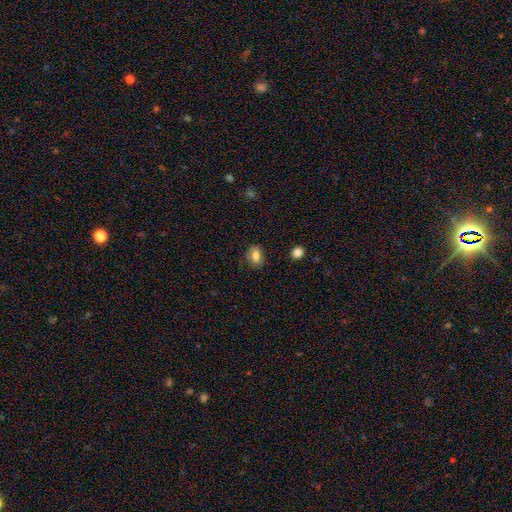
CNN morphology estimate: type=smooth (75%); roundness=in between (71%); merging=none (72%).